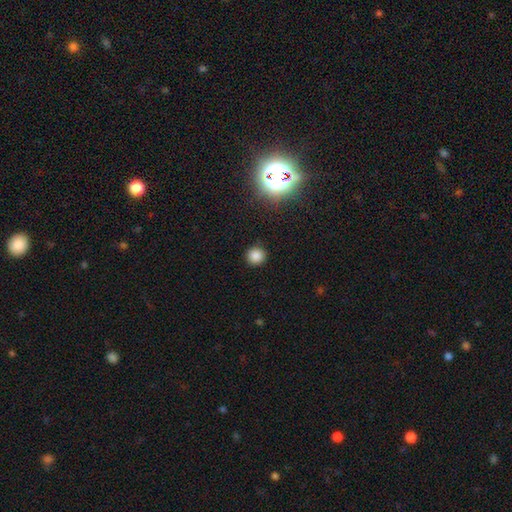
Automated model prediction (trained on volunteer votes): Morphology: type=smooth (82%); roundness=round (93%); merging=none (91%).